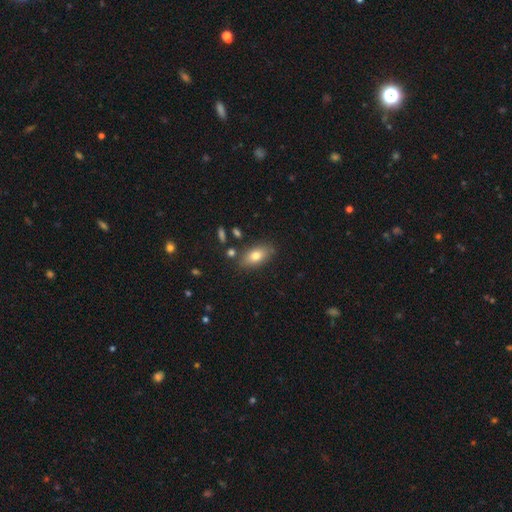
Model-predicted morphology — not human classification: Smooth or featured: smooth — 77% (featured or disk — 15%)
How rounded: in between — 88% (cigar-shaped — 6%)
Merging: none — 80% (minor disturbance — 12%)